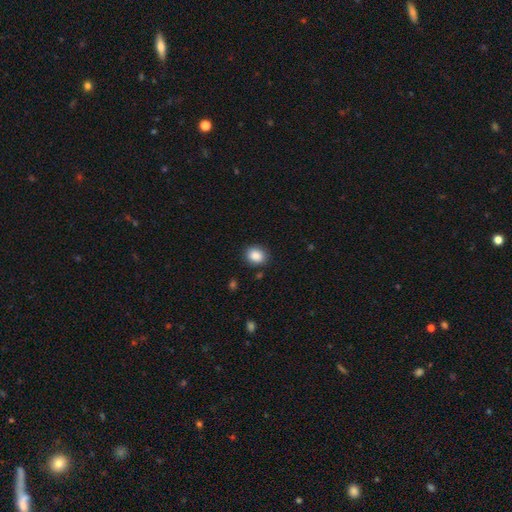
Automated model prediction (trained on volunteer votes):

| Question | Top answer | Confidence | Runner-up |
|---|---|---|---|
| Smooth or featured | smooth | 88% | star or artifact (8%) |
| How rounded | round | 59% | in between (41%) |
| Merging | none | 87% | minor disturbance (10%) |